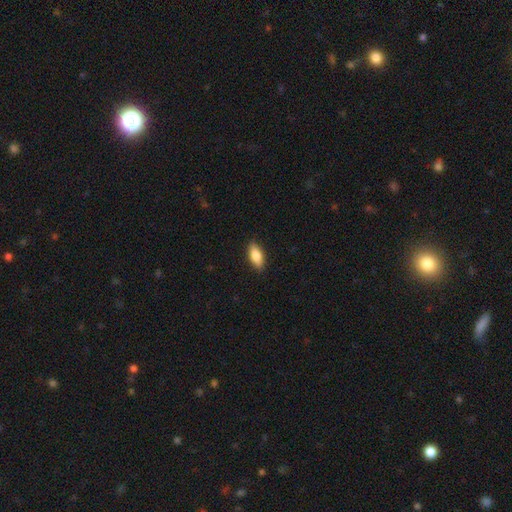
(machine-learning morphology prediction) Overall: smooth (81%). How rounded: in between (82%). Merging: none (88%).